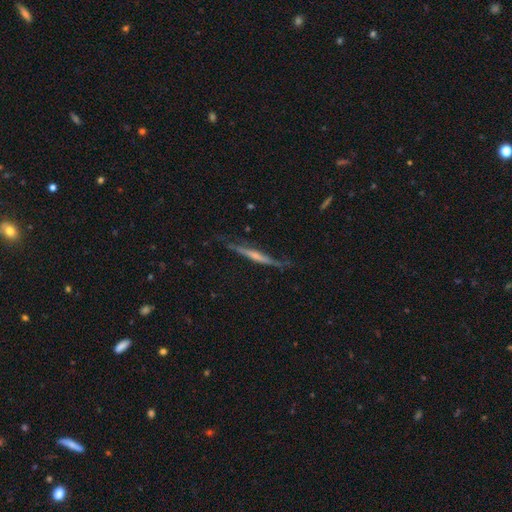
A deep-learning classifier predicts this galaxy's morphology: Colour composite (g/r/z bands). It shows a featured or disk galaxy (62%) viewed edge-on (92%) with no central bulge (50%). Merging: none (66%).